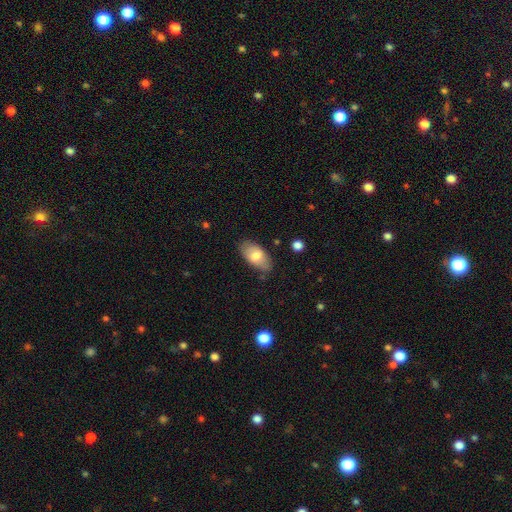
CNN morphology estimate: Smooth or featured? Predicted: smooth (p=0.72). How rounded? Predicted: in between (p=0.94). Merging? Predicted: none (p=0.77).